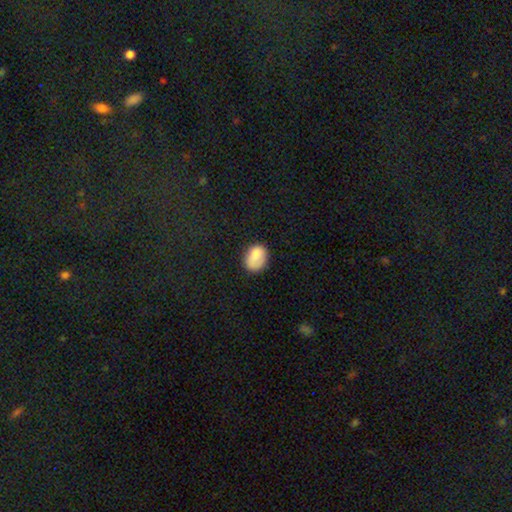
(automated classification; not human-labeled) smooth_or_featured: smooth (p=0.82) [alt: featured or disk p=0.09]
how_rounded: in between (p=0.68) [alt: round p=0.31]
merging: none (p=0.63) [alt: minor disturbance p=0.25]